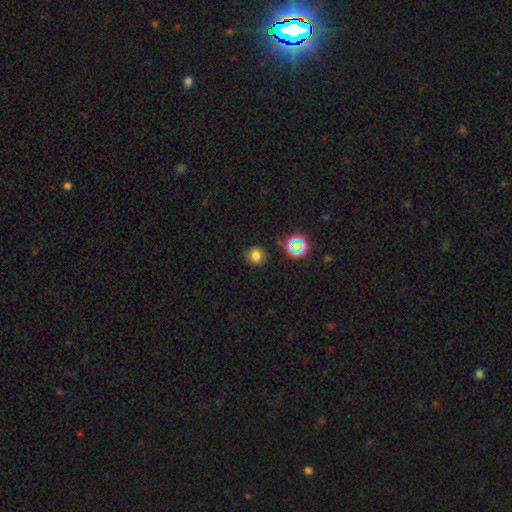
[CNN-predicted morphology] Overall: smooth (74%). How rounded: round (91%). Merging: none (88%).